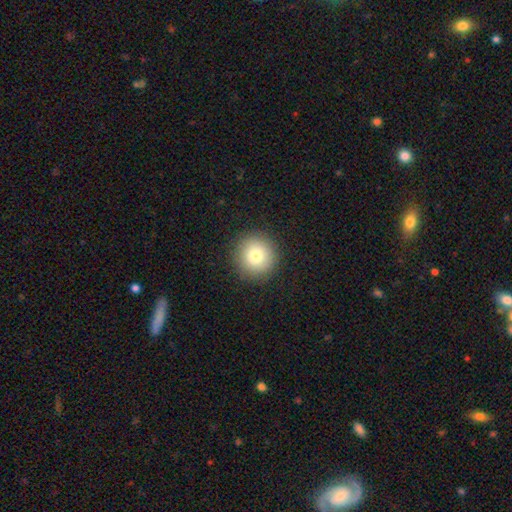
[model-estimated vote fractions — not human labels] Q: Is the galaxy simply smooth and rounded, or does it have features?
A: smooth — 79%.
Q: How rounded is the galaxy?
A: round — 95%.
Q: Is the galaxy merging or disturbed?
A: none — 91%.